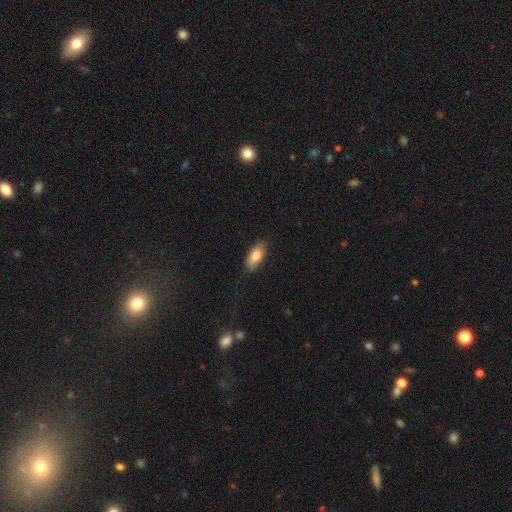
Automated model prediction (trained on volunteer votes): This appears to be a smooth galaxy with no disk features (82%) that is in between round and cigar-shaped (86%). Merging: none (83%).